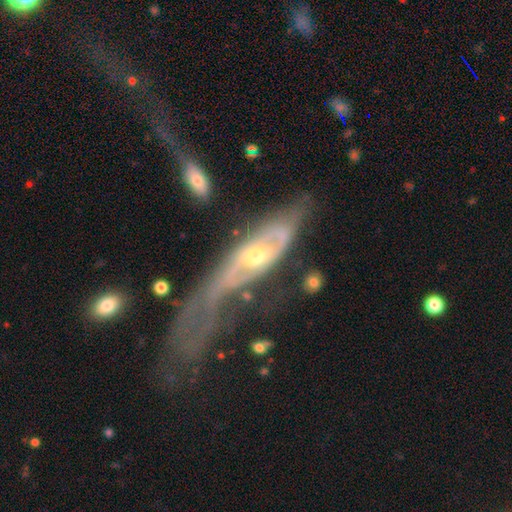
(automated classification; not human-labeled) Smooth or featured? Predicted: featured or disk (p=0.79). Edge-on disk? Predicted: no (p=0.80). Bar? Predicted: no (p=0.62). Spiral arms? Predicted: yes (p=0.76). Bulge size? Predicted: moderate (p=0.59). Merging? Predicted: major disturbance (p=0.50).